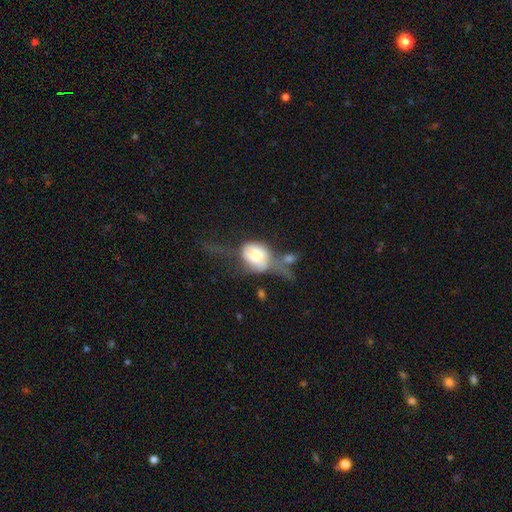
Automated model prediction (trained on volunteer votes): smooth_or_featured: smooth (p=0.57) [alt: featured or disk p=0.36]
how_rounded: in between (p=0.53) [alt: round p=0.45]
merging: major disturbance (p=0.40) [alt: merger p=0.26]